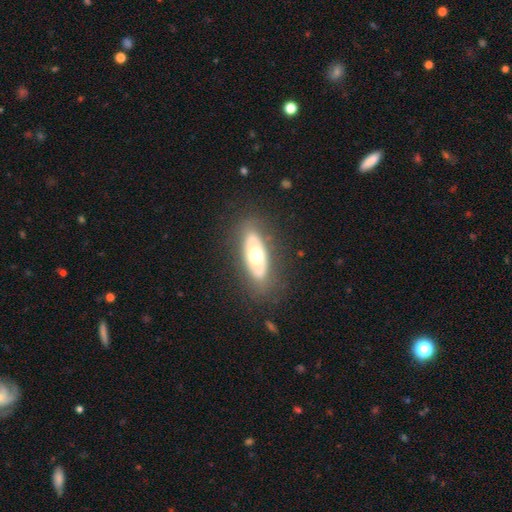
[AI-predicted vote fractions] smooth-or-featured: featured or disk: 58% | smooth: 37% | star or artifact: 5%
  disk-edge-on: no: 83% | yes: 17%
  merging: none: 79% | minor disturbance: 13% | major disturbance: 6% | merger: 1%